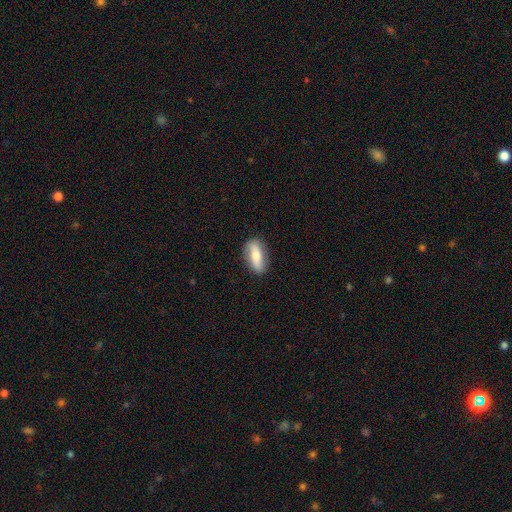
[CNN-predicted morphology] smooth-or-featured: smooth: 49% | featured or disk: 44% | star or artifact: 7%
  merging: none: 82% | minor disturbance: 13% | major disturbance: 3% | merger: 1%